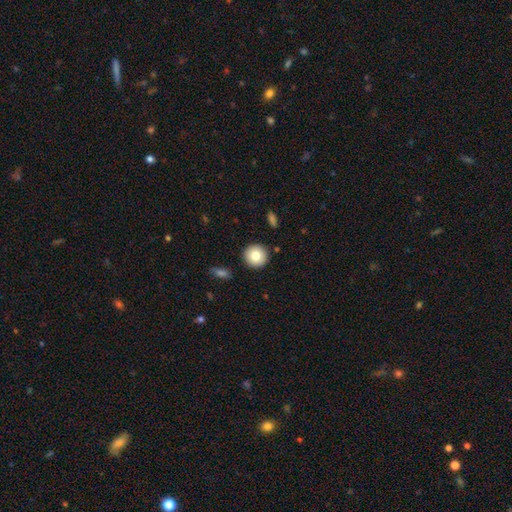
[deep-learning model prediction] smooth-or-featured: smooth: 80% | featured or disk: 12% | star or artifact: 8%
  how-rounded: round: 94% | in between: 5% | cigar-shaped: 1%
  merging: none: 91% | minor disturbance: 6% | major disturbance: 2% | merger: 2%